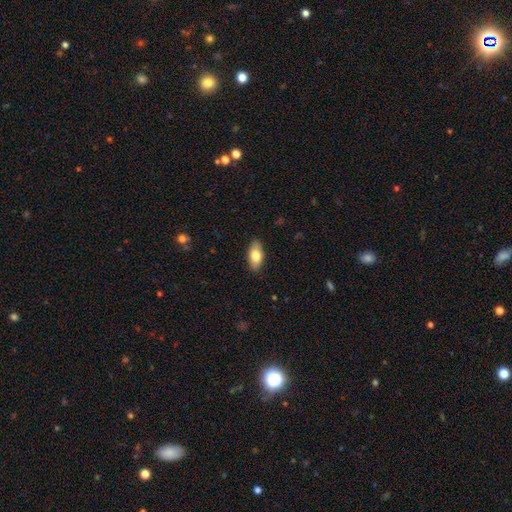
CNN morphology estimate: Smooth or featured? smooth (78%)
How rounded? in between (90%)
Merging? none (88%)